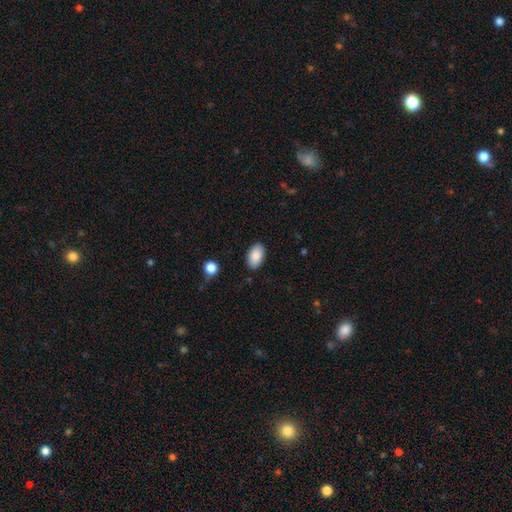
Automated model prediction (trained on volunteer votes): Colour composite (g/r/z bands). It shows a smooth galaxy with no disk features (87%) that is in between round and cigar-shaped (94%). Merging: none (87%).